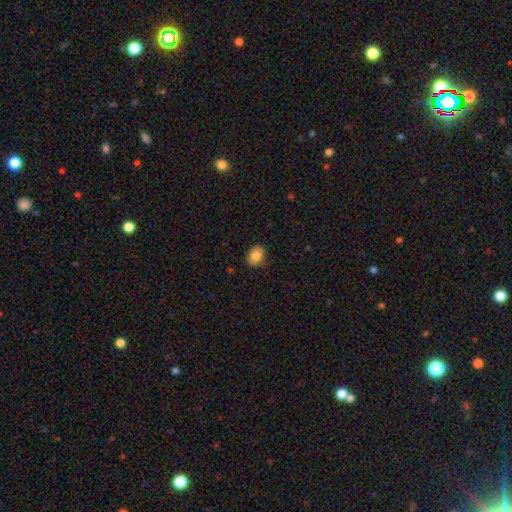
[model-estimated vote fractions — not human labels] A smooth galaxy with no disk features (86%) that is in between round and cigar-shaped (59%).

Vote fractions:
- Smooth or featured? smooth: 86% / star or artifact: 9% / featured or disk: 6%
- How rounded? in between: 59% / round: 40% / cigar-shaped: 1%
- Merging? none: 84% / minor disturbance: 12% / major disturbance: 3% / merger: 1%